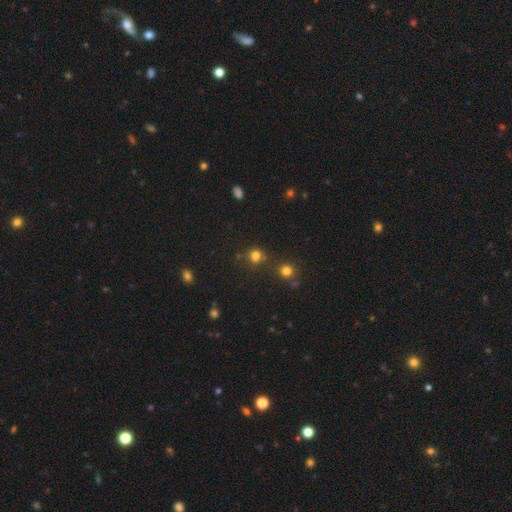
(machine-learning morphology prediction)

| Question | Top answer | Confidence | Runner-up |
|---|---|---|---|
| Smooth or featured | smooth | 73% | star or artifact (21%) |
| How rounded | round | 84% | in between (15%) |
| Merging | none | 67% | merger (18%) |